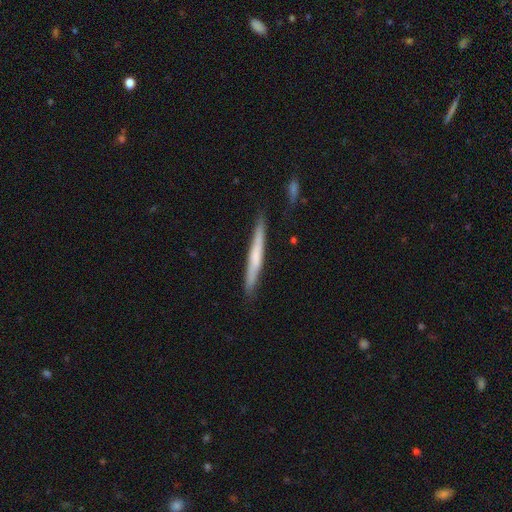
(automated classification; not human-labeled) A smooth galaxy with no disk features (51%) that is cigar-shaped (96%). Merging: none (84%).